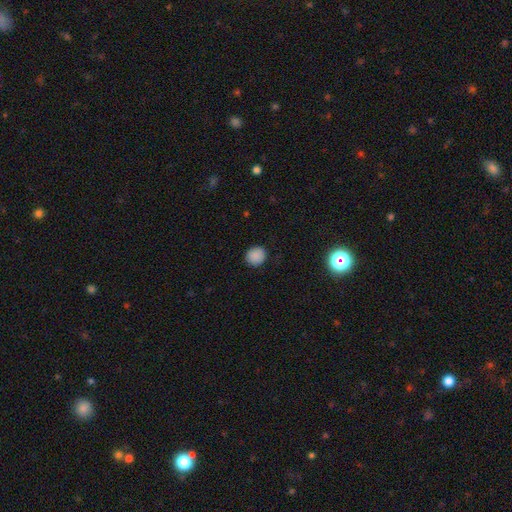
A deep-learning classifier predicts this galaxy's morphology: This appears to be a smooth galaxy with no disk features (88%) that is round (87%). Merging: none (90%).